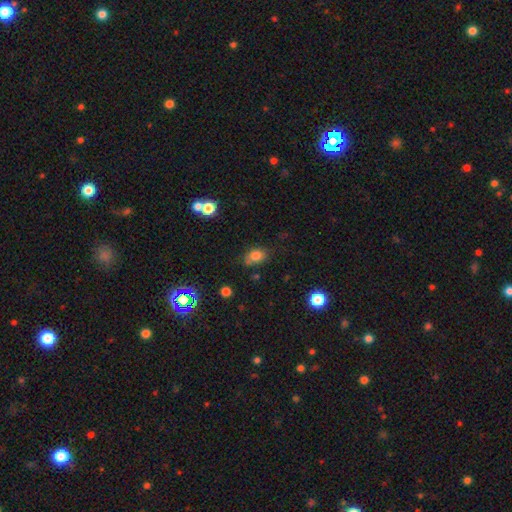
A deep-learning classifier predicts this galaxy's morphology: This appears to be a smooth galaxy with no disk features (79%) that is in between round and cigar-shaped (72%). Merging: none (66%).